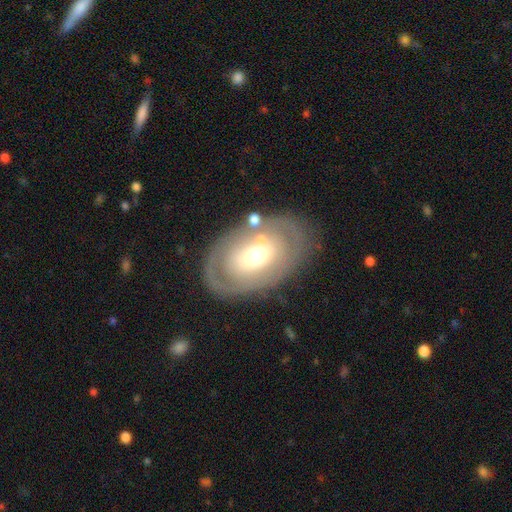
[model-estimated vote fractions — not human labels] Smooth or featured?
  - featured or disk: 62% *
  - smooth: 32%
  - star or artifact: 6%
Edge-on disk?
  - no: 92% *
  - yes: 8%
Bar?
  - no: 73% *
  - weak: 19%
  - strong: 8%
Spiral arms?
  - no: 62% *
  - yes: 38%
Bulge size?
  - moderate: 62% *
  - small: 20%
  - large: 14%
  - dominant: 2%
  - none: 1%
Merging?
  - none: 72% *
  - minor disturbance: 14%
  - major disturbance: 7%
  - merger: 7%